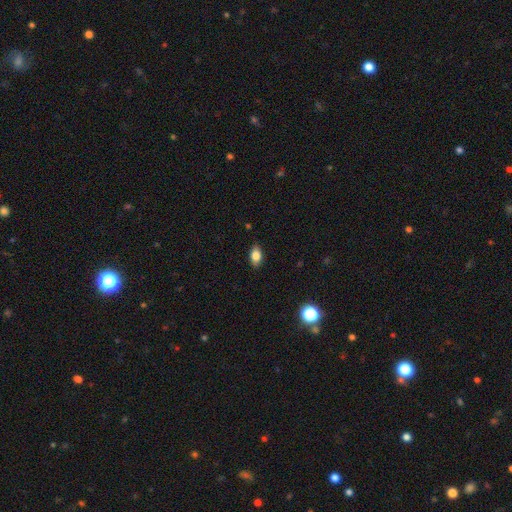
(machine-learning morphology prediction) Overall: smooth (80%). How rounded: in between (86%). Merging: none (86%).